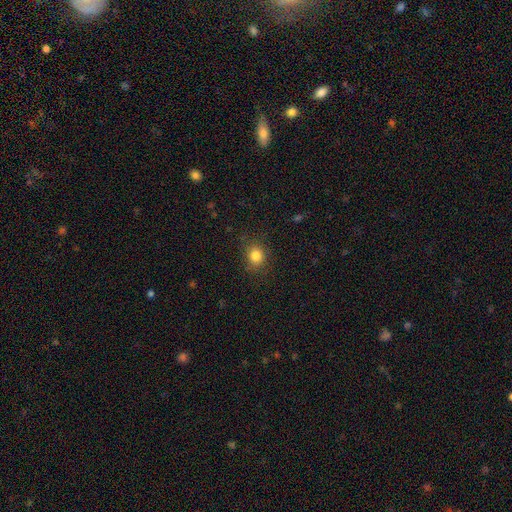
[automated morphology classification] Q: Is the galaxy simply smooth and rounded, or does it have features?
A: smooth — 83%.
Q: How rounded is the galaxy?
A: round — 73%.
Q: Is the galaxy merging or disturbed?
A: none — 84%.